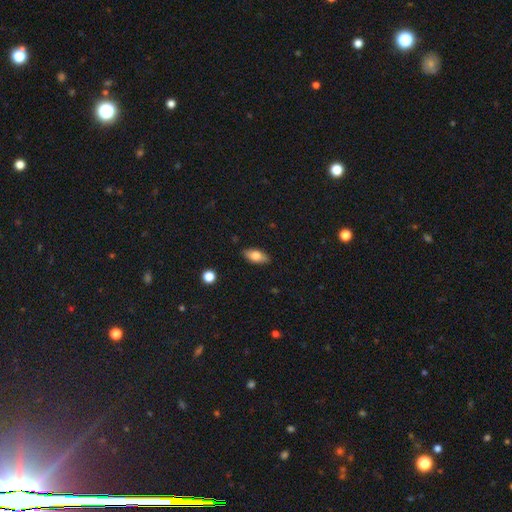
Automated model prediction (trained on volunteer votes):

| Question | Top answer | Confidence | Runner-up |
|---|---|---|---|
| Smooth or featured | smooth | 76% | featured or disk (17%) |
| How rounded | in between | 87% | cigar-shaped (9%) |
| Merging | none | 87% | minor disturbance (10%) |